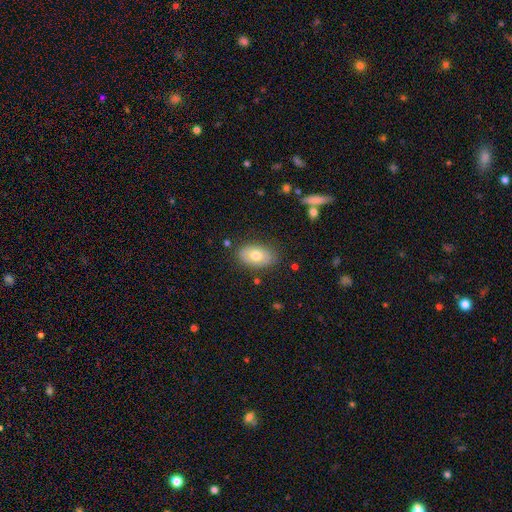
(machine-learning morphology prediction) Smooth or featured? smooth (72%)
How rounded? in between (90%)
Merging? none (82%)